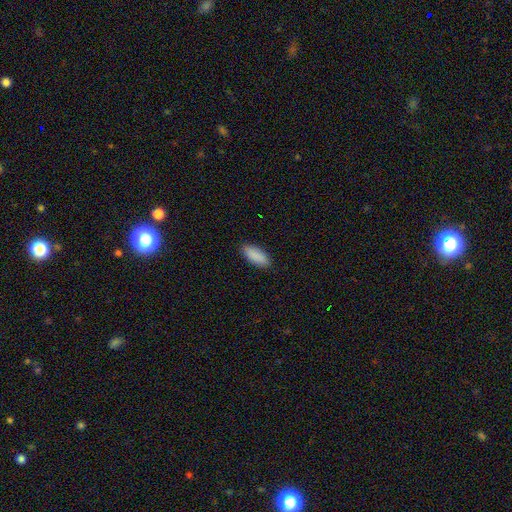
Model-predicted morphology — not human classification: This appears to be a smooth galaxy with no disk features (90%) that is in between round and cigar-shaped (81%). Merging: none (88%).